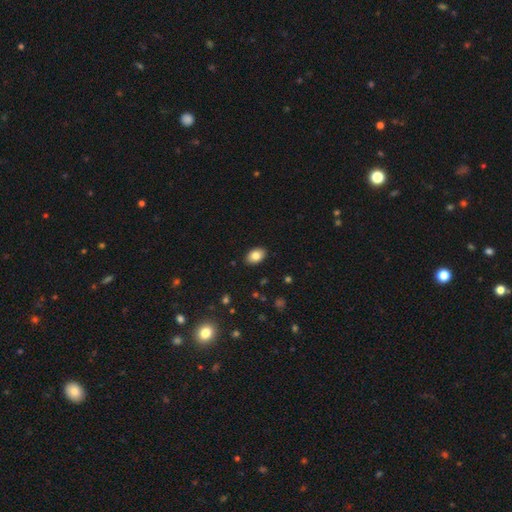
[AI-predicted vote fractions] A smooth galaxy with no disk features (83%) that is in between round and cigar-shaped (86%). Merging: none (89%).